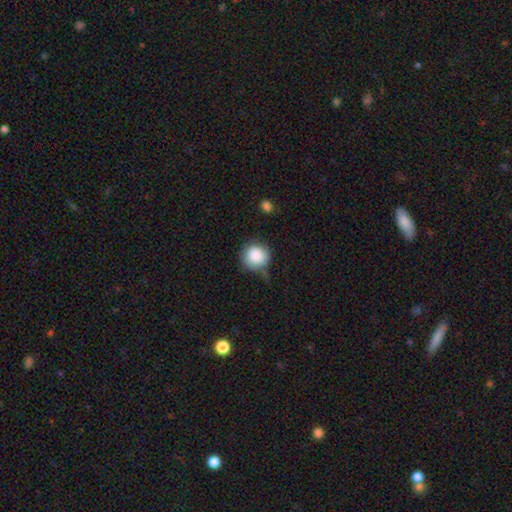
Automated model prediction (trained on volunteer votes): This appears to be a smooth galaxy with no disk features (87%) that is round (93%). Merging: none (54%).